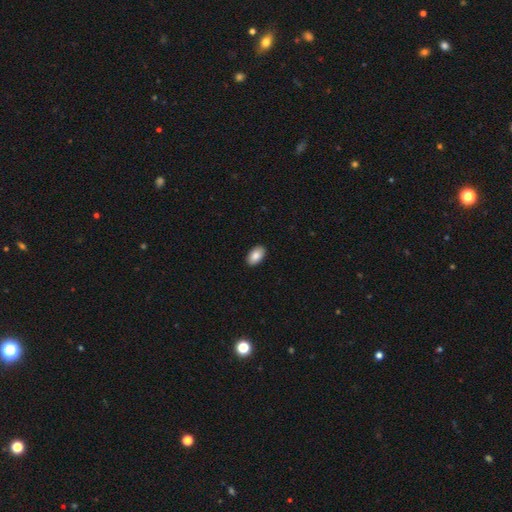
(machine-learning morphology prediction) Smooth or featured? smooth (87%)
How rounded? in between (94%)
Merging? none (91%)